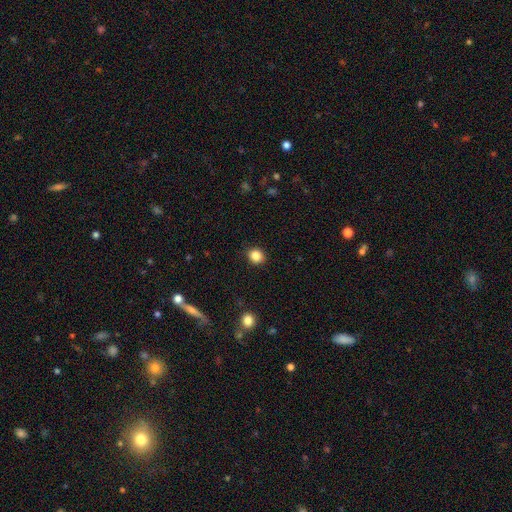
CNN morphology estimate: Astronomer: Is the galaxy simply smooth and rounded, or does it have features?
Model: smooth — 86%.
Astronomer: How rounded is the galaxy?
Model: round — 81%.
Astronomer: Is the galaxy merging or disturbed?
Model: none — 90%.